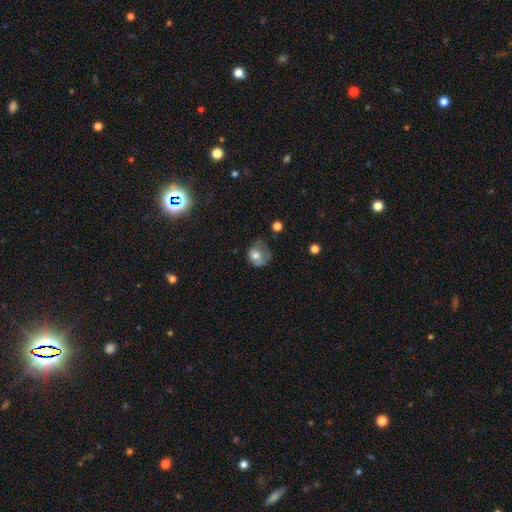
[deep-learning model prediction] Morphology: type=smooth (67%); roundness=round (69%); merging=none (33%, tied with minor disturbance).